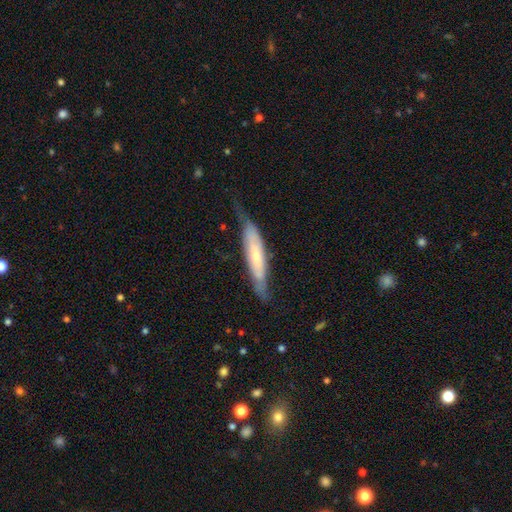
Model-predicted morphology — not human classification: type=featured or disk (54%); edge-on=yes (59%); merging=none (58%).